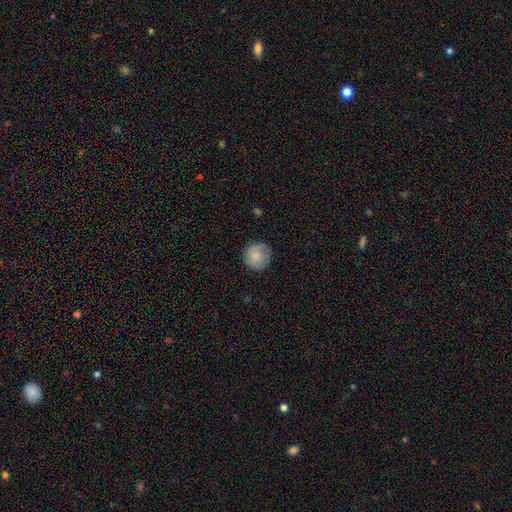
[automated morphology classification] The model was most divided on "merging": none: 84%, minor disturbance: 13%, major disturbance: 3%, merger: 1%. More confident: how rounded — round (94%); smooth or featured — smooth (82%).